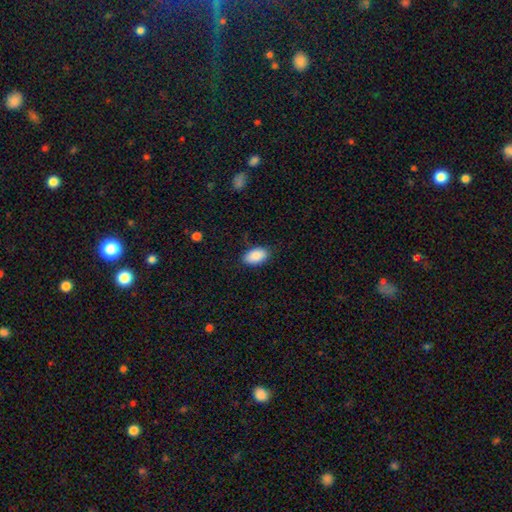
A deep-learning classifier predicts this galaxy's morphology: smooth-or-featured: smooth: 88% | star or artifact: 7% | featured or disk: 5%
  how-rounded: in between: 94% | round: 4% | cigar-shaped: 2%
  merging: none: 84% | minor disturbance: 12% | major disturbance: 3% | merger: 1%